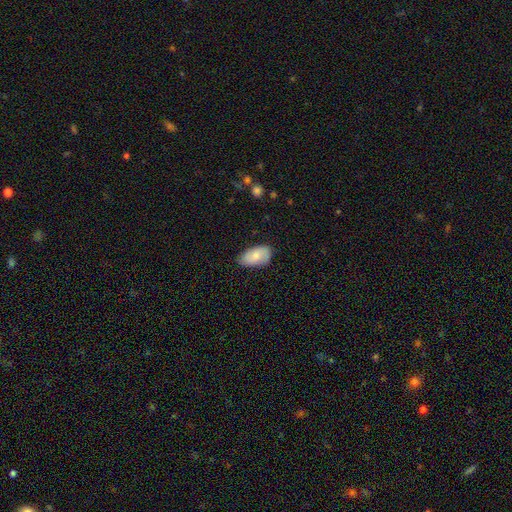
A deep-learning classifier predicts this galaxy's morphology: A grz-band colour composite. It shows a smooth galaxy with no disk features (76%) that is in between round and cigar-shaped (94%). Merging: none (72%).